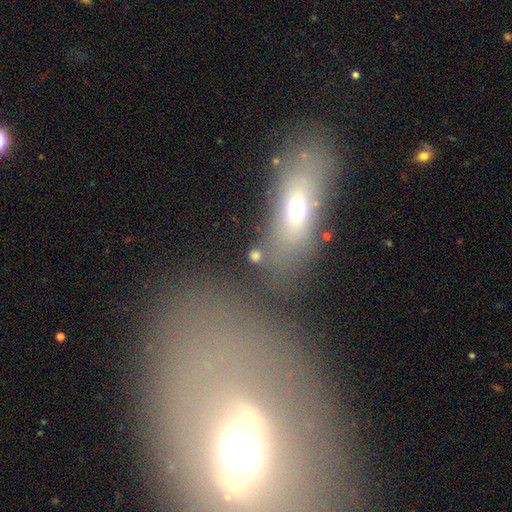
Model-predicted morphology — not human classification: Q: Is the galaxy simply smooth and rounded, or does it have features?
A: smooth — 66%.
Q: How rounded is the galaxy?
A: round — 57%.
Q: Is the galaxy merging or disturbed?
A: none — 69%.